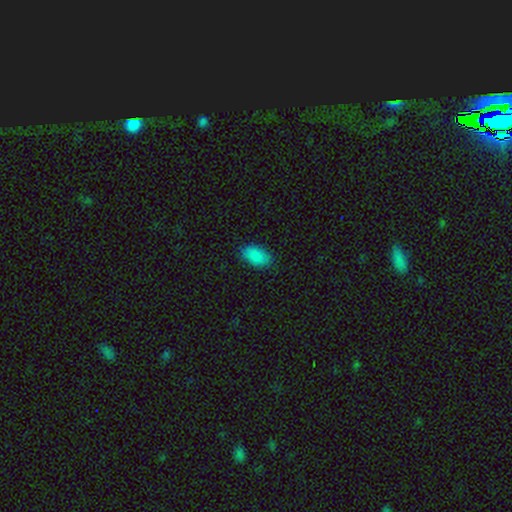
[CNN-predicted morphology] Smooth or featured: smooth — 88% (star or artifact — 8%)
How rounded: in between — 93% (round — 5%)
Merging: none — 84% (minor disturbance — 12%)